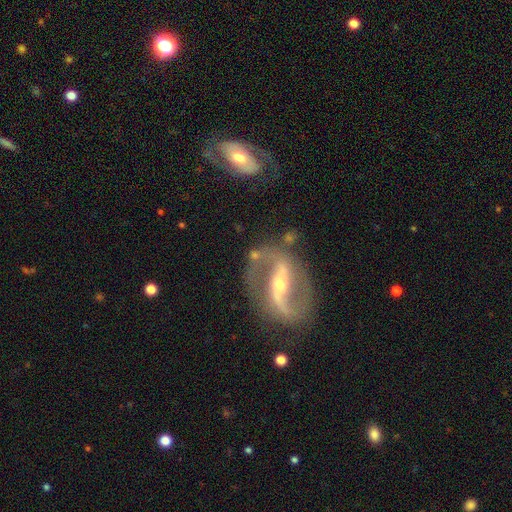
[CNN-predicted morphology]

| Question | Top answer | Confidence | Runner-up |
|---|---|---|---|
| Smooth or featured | featured or disk | 87% | smooth (7%) |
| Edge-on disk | no | 95% | yes (5%) |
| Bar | strong | 62% | weak (23%) |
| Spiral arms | yes | 92% | no (8%) |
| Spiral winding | medium | 44% | tied: loose (44%) |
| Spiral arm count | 2 | 93% | can't tell (2%) |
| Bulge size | small | 50% | moderate (45%) |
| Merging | none | 75% | minor disturbance (13%) |